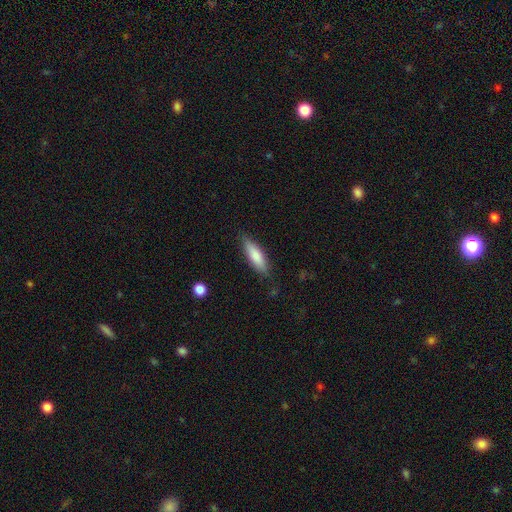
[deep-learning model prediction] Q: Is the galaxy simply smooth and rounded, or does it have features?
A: smooth — 76%.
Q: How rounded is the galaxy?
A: cigar-shaped — 54%.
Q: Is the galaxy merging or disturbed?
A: none — 81%.